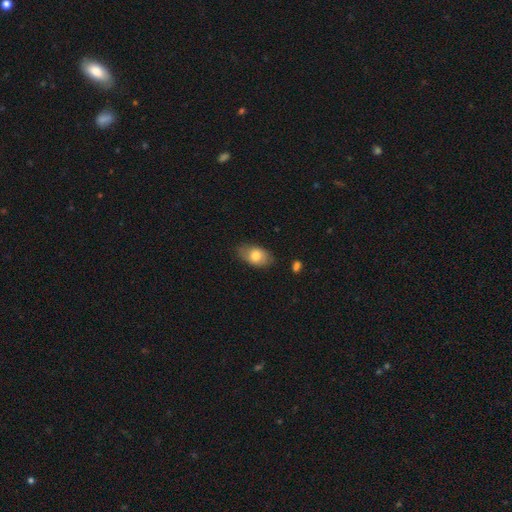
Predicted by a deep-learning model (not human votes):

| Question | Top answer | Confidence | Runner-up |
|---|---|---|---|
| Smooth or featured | smooth | 77% | featured or disk (16%) |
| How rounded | in between | 89% | round (9%) |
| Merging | none | 78% | minor disturbance (17%) |